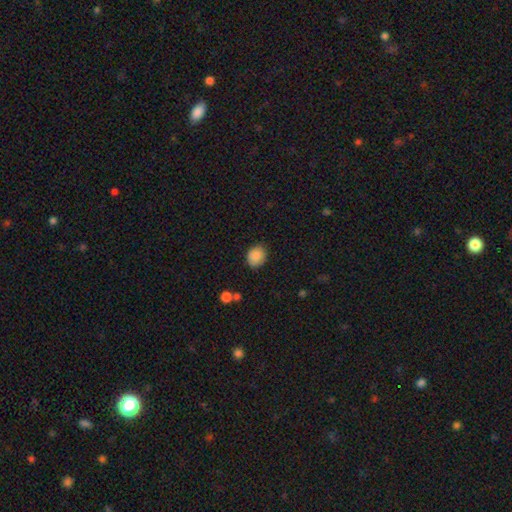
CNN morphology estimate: Smooth or featured? smooth (88%)
How rounded? round (57%)
Merging? none (83%)